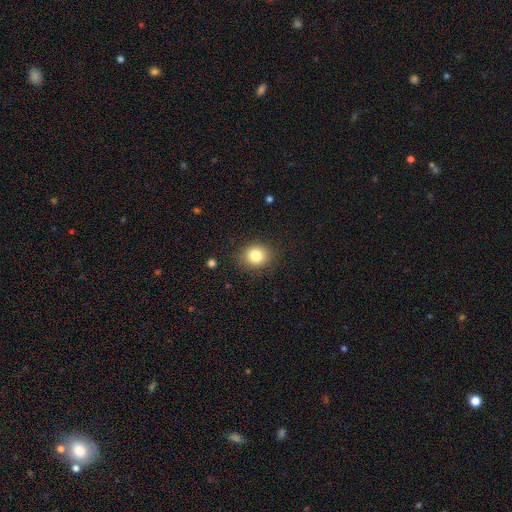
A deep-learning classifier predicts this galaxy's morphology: Smooth or featured? Predicted: smooth (p=0.83). How rounded? Predicted: round (p=0.77). Merging? Predicted: none (p=0.86).